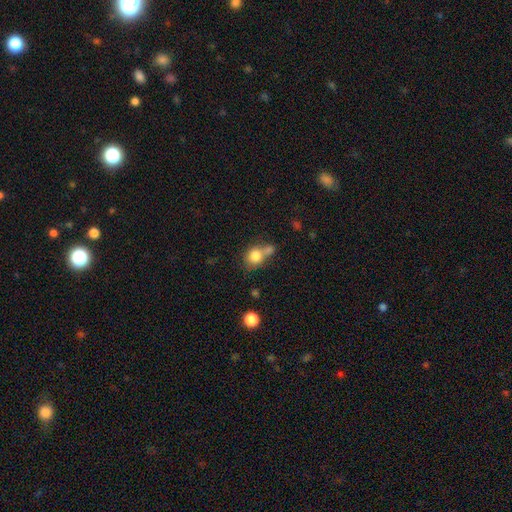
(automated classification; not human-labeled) Q: Smooth or featured?
A: smooth (80%); runner-up: featured or disk (10%)
Q: How rounded?
A: round (71%); runner-up: in between (28%)
Q: Merging?
A: merger (42%); runner-up: none (39%)